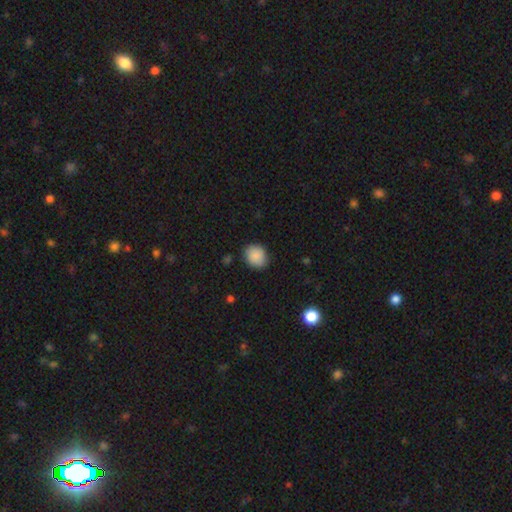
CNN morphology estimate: Smooth or featured? Predicted: smooth (p=0.88). How rounded? Predicted: round (p=0.62). Merging? Predicted: none (p=0.84).